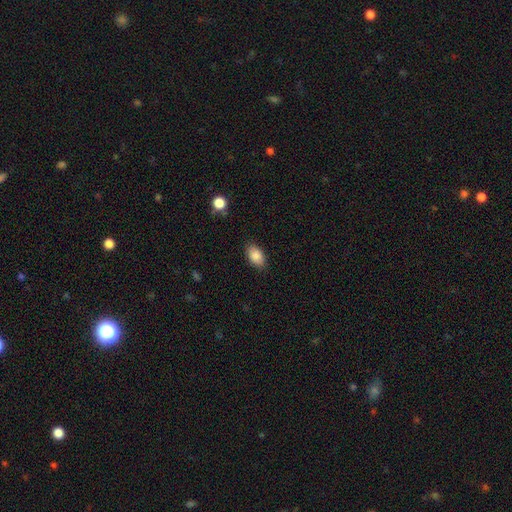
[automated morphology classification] A smooth galaxy with no disk features (86%) that is in between round and cigar-shaped (91%).

Vote fractions:
- Smooth or featured? smooth: 86% / star or artifact: 8% / featured or disk: 6%
- How rounded? in between: 91% / round: 7% / cigar-shaped: 2%
- Merging? none: 86% / minor disturbance: 11% / major disturbance: 2% / merger: 1%